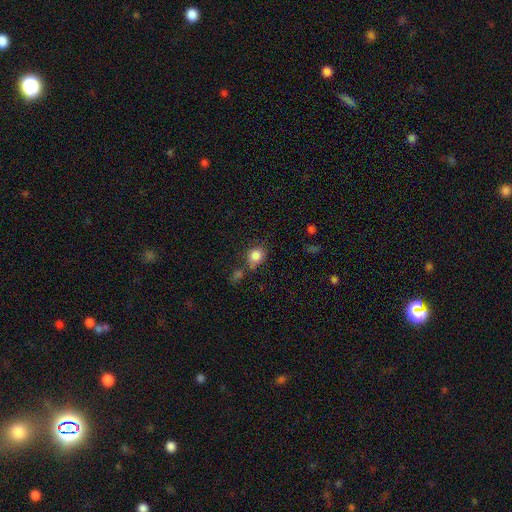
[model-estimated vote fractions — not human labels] smooth-or-featured: smooth: 84% | star or artifact: 10% | featured or disk: 6%
  how-rounded: round: 71% | in between: 28% | cigar-shaped: 1%
  merging: none: 59% | minor disturbance: 18% | merger: 16% | major disturbance: 7%